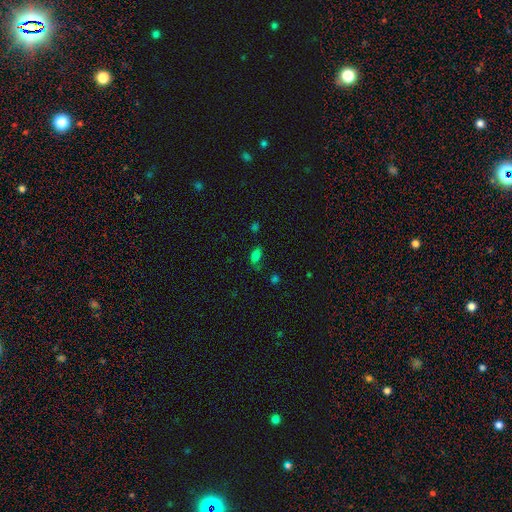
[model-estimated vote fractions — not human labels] Overall: smooth (73%). How rounded: in between (86%). Merging: none (61%; minor disturbance 24%).